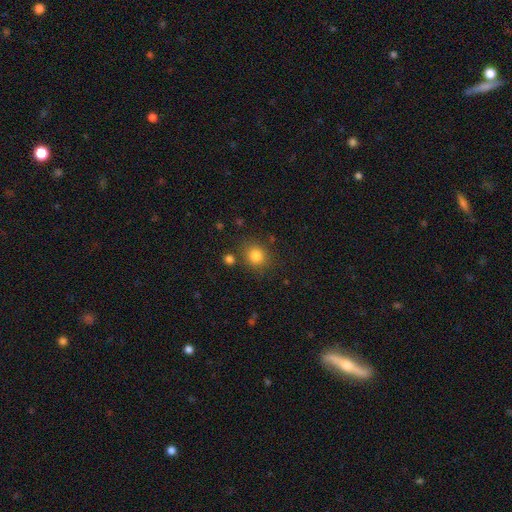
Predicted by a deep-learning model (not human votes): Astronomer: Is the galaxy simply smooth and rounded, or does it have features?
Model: smooth — 82%.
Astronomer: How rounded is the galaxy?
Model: round — 83%.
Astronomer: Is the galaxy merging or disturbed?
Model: none — 80%.